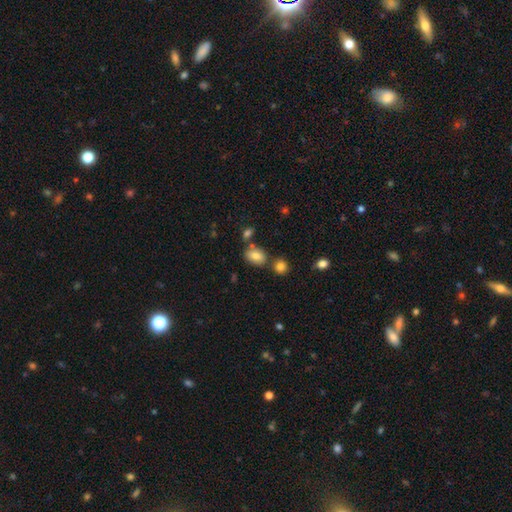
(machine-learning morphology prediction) smooth 80%, featured or disk 10%, star or artifact 10%. Down the decision tree: how rounded — in between (83%); merging — none (65%).